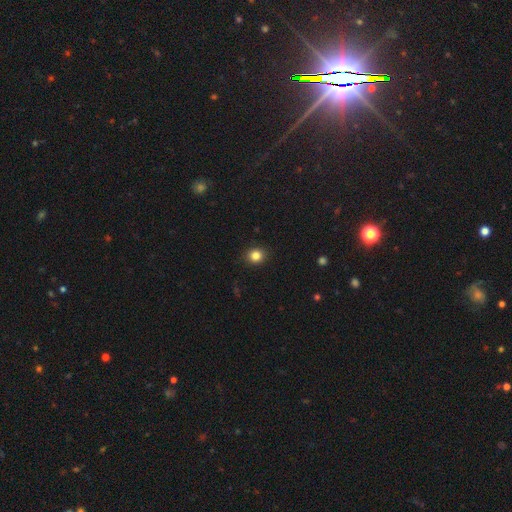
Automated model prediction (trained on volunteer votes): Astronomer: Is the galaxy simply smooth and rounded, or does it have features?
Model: smooth — 84%.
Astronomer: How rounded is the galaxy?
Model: round — 78%.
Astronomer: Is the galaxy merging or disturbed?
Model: none — 90%.